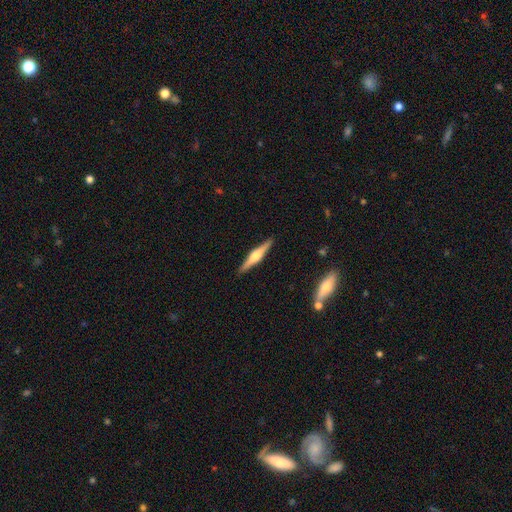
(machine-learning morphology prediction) A featured or disk galaxy (69%) viewed edge-on (98%) with a rounded central bulge (88%).

Vote fractions:
- Smooth or featured? featured or disk: 69% / smooth: 26% / star or artifact: 5%
- Edge-on disk? yes: 98% / no: 2%
- Edge-on bulge? rounded: 88% / boxy: 9% / none: 3%
- Merging? none: 91% / minor disturbance: 6% / major disturbance: 1% / merger: 1%